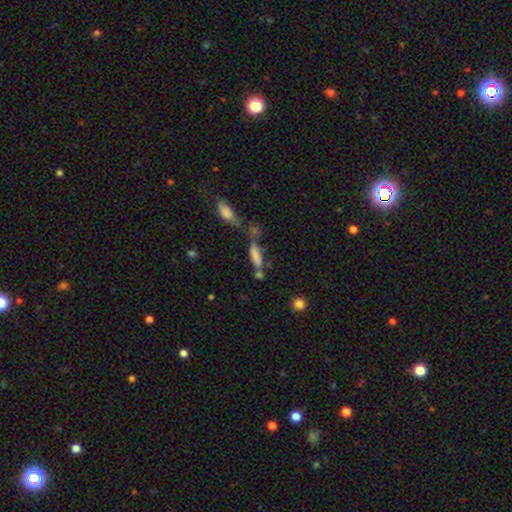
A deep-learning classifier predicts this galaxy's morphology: A smooth galaxy with no disk features (76%) that is cigar-shaped (49%). Merging: merger (43%).